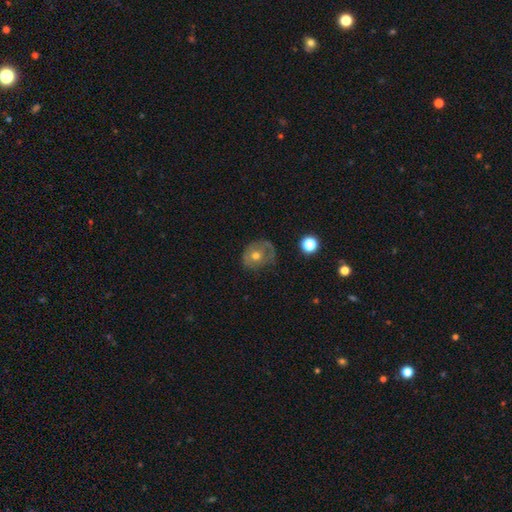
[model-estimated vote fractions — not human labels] Smooth or featured? Predicted: smooth (p=0.49). Merging? Predicted: none (p=0.56).